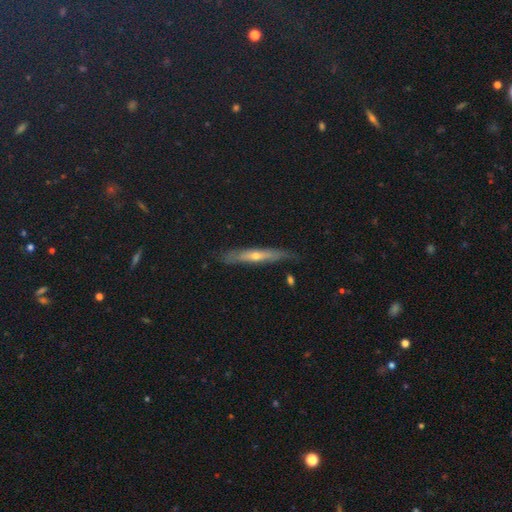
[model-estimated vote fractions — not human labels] This appears to be a featured or disk galaxy (61%) viewed edge-on (86%) with a rounded central bulge (76%). Merging: none (83%).